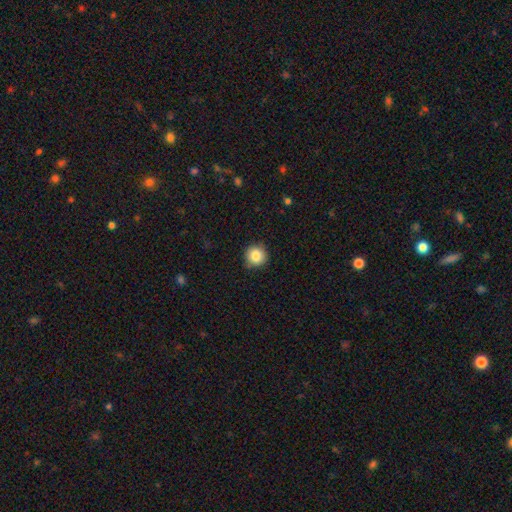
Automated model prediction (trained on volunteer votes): Smooth or featured? Predicted: smooth (p=0.84). How rounded? Predicted: round (p=0.94). Merging? Predicted: none (p=0.88).